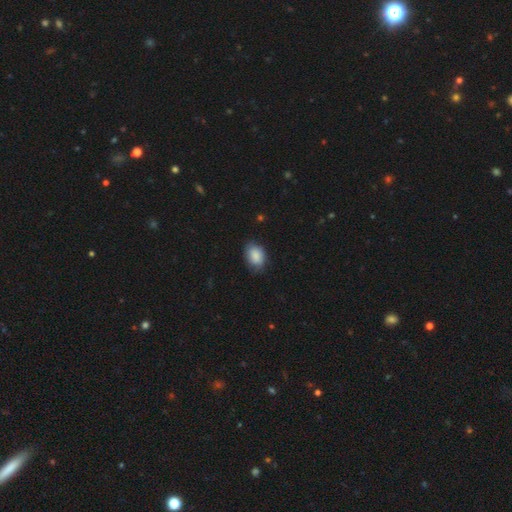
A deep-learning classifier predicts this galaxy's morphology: This is clearly a smooth galaxy (86%). How rounded: likely in between (75%). Merging: likely none (69%).